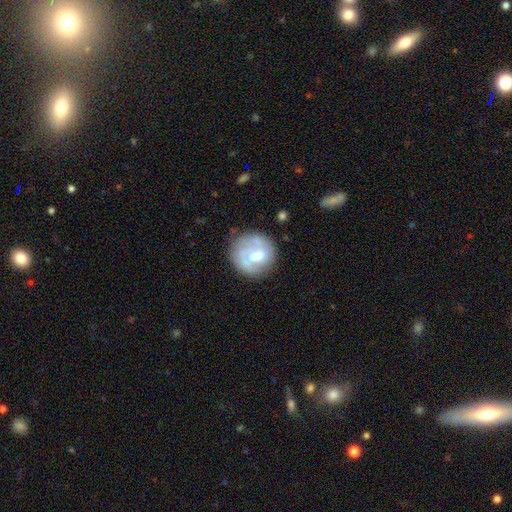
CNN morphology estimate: smooth-or-featured: featured or disk: 49% | smooth: 43% | star or artifact: 8%
  merging: none: 63% | minor disturbance: 19% | major disturbance: 12% | merger: 5%